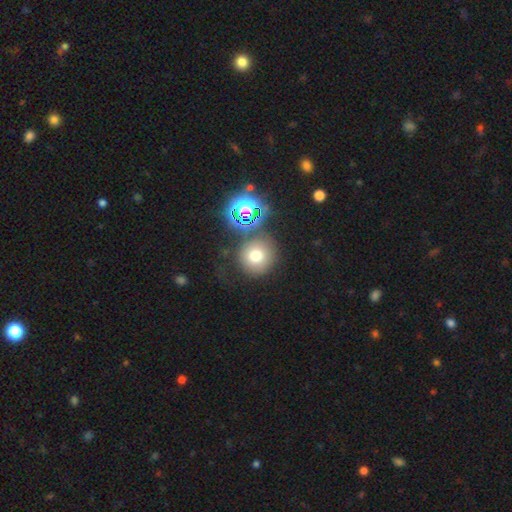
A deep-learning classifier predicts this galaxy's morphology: A smooth galaxy with no disk features (67%) that is round (92%). Merging: none (73%).